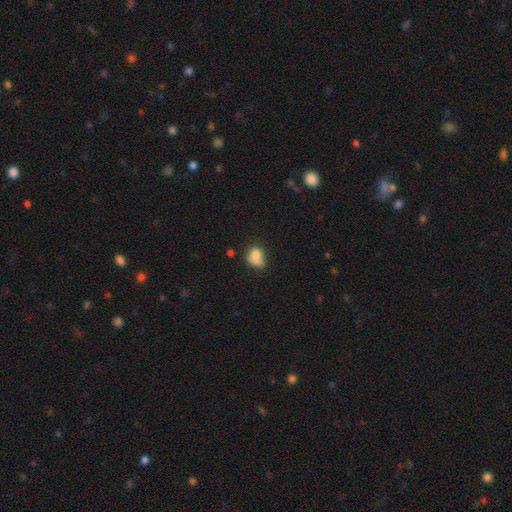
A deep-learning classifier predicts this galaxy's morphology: type=smooth (74%); roundness=round (51%); merging=none (32%).